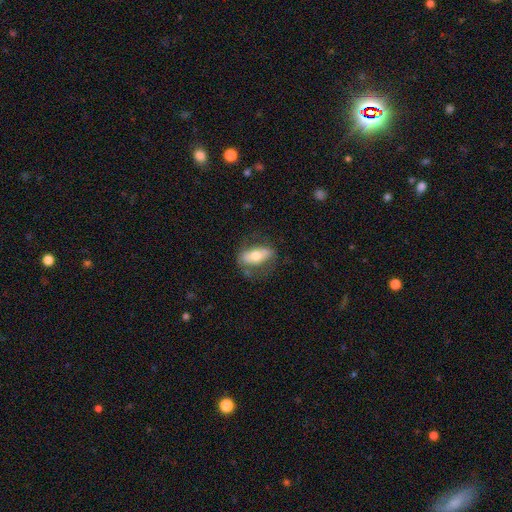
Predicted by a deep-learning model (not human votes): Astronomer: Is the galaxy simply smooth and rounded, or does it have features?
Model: smooth — 56% (runner-up: featured or disk, 37%).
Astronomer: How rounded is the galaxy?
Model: in between — 77%.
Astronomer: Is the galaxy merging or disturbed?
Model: none — 68%.